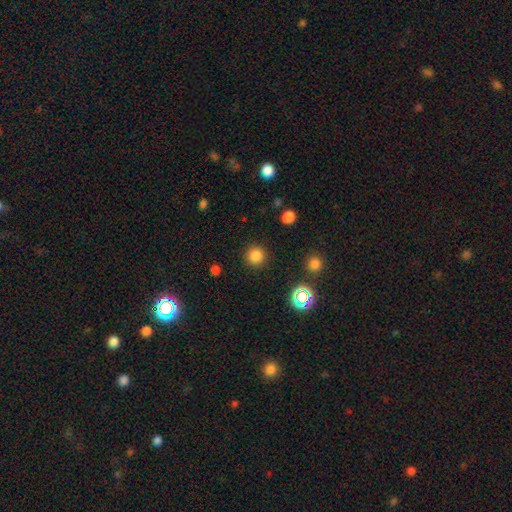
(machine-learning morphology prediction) Smooth or featured? smooth (80%)
How rounded? round (95%)
Merging? none (91%)